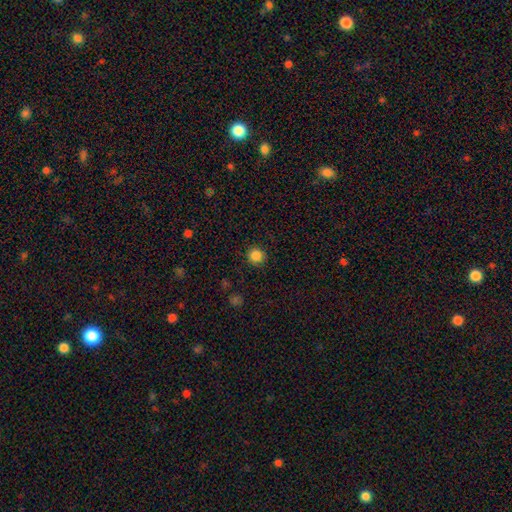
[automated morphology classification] A smooth galaxy with no disk features (85%) that is round (94%).

Vote fractions:
- Smooth or featured? smooth: 85% / star or artifact: 11% / featured or disk: 3%
- How rounded? round: 94% / in between: 5% / cigar-shaped: 1%
- Merging? none: 91% / minor disturbance: 6% / major disturbance: 2% / merger: 1%